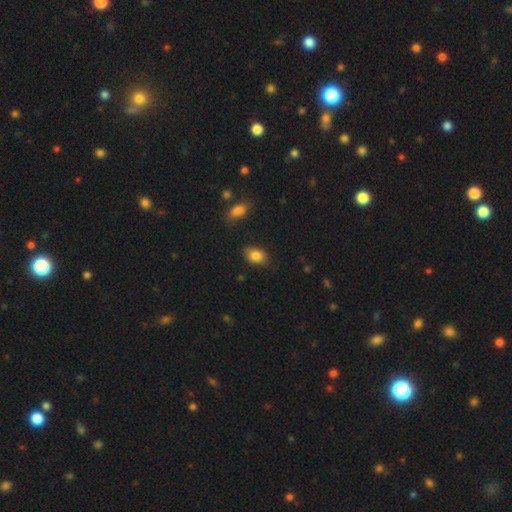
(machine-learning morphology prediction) smooth-or-featured: smooth: 85% | star or artifact: 9% | featured or disk: 7%
  how-rounded: in between: 76% | round: 23% | cigar-shaped: 2%
  merging: none: 77% | minor disturbance: 17% | major disturbance: 4% | merger: 2%